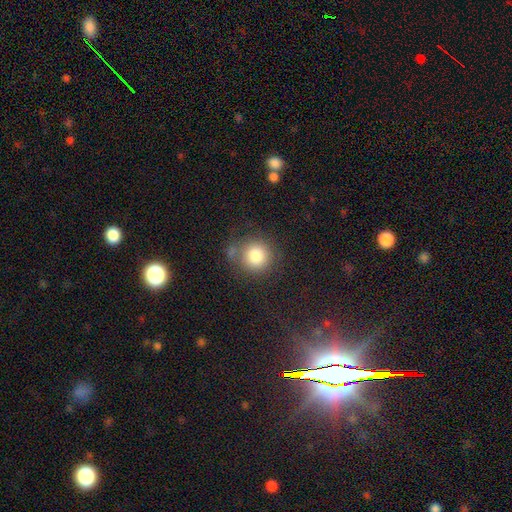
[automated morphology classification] type=smooth (82%); roundness=round (90%); merging=none (68%).